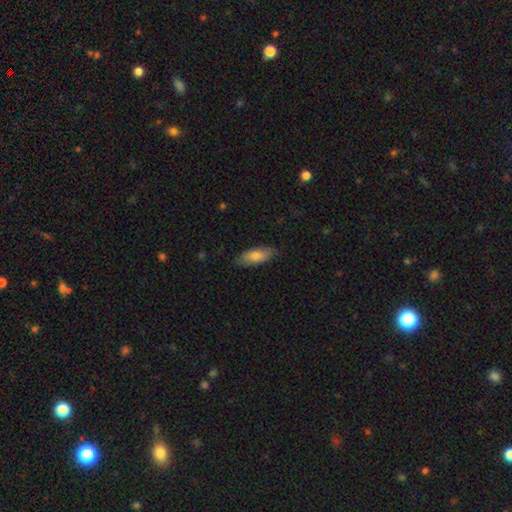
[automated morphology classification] A smooth galaxy with no disk features (76%) that is in between round and cigar-shaped (69%). Merging: none (83%).